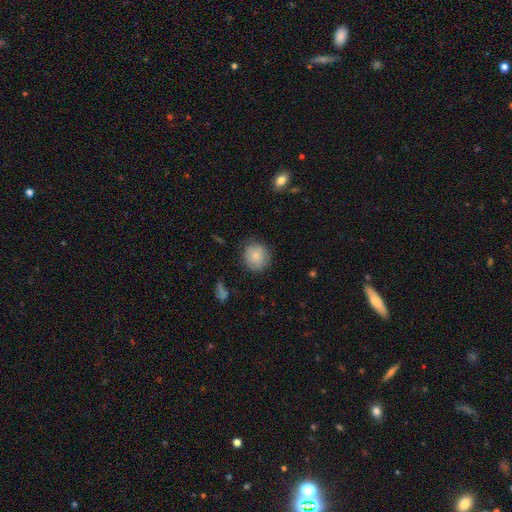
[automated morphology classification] Smooth or featured: smooth — 80% (featured or disk — 12%)
How rounded: round — 89% (in between — 10%)
Merging: none — 79% (minor disturbance — 15%)